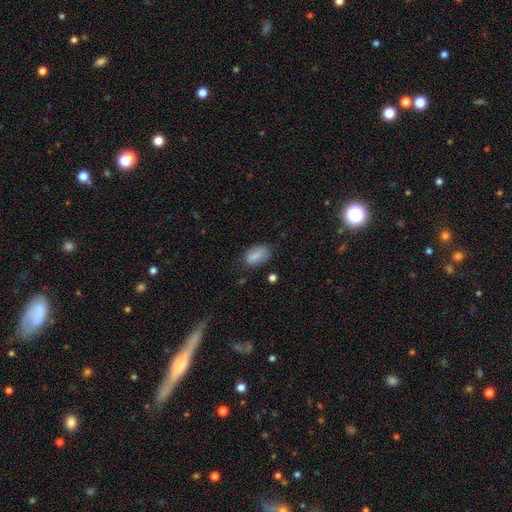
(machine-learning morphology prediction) Smooth or featured? Predicted: smooth (p=0.81). How rounded? Predicted: in between (p=0.89). Merging? Predicted: none (p=0.70).